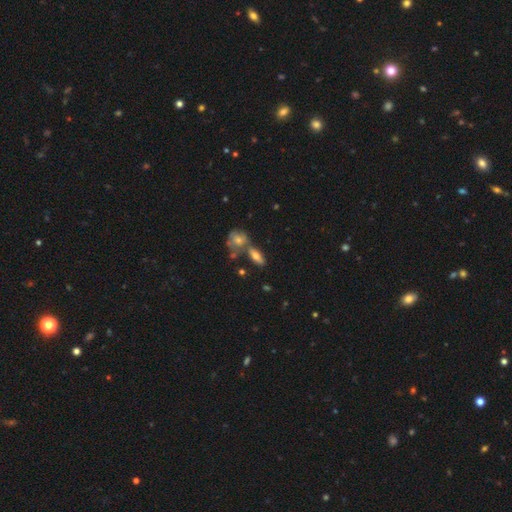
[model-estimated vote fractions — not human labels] This is likely a smooth galaxy (60%). How rounded: likely in between (63%). Merging: possibly none (57%).